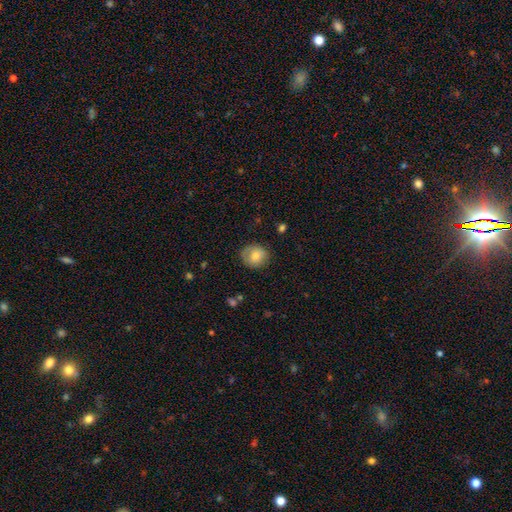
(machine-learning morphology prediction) This appears to be a smooth galaxy with no disk features (74%) that is round (81%). Merging: none (78%).